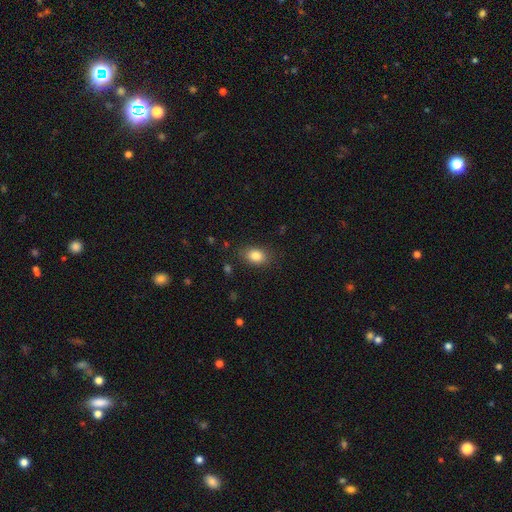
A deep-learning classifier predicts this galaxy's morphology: Smooth or featured: smooth — 84% (star or artifact — 9%)
How rounded: in between — 78% (round — 20%)
Merging: none — 83% (minor disturbance — 13%)